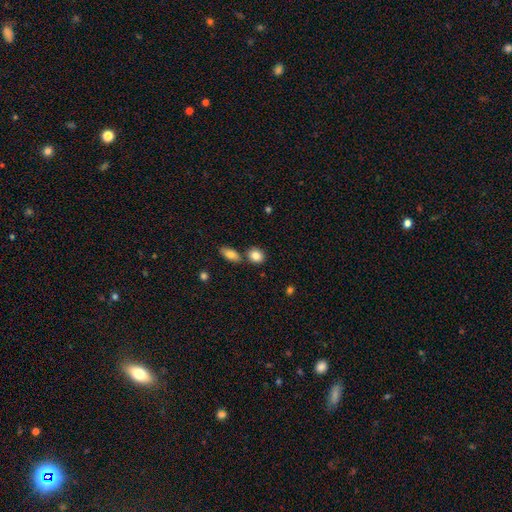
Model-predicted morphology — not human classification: This appears to be a smooth galaxy with no disk features (84%) that is round (56%). Merging: none (67%).